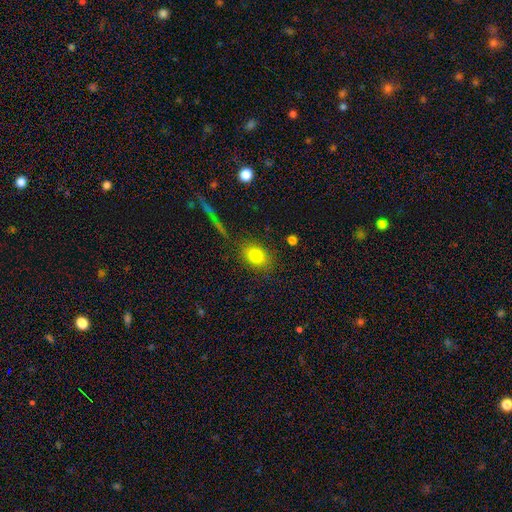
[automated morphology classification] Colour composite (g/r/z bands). It shows a smooth galaxy with no disk features (79%) that is in between round and cigar-shaped (60%). Merging: none (84%).